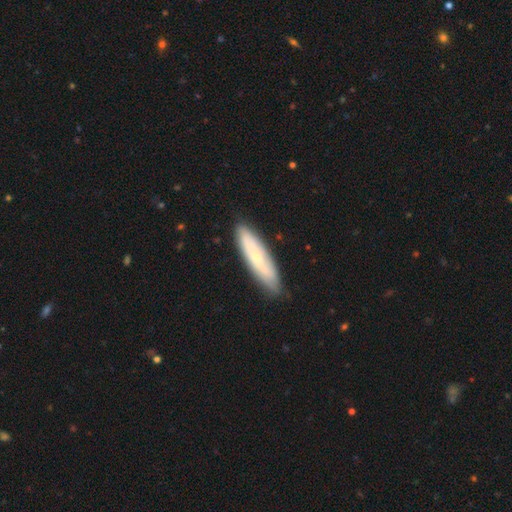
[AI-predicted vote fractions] The model was most divided on "smooth or featured": smooth: 54%, featured or disk: 40%, star or artifact: 6%. More confident: merging — none (84%); how rounded — cigar-shaped (71%).